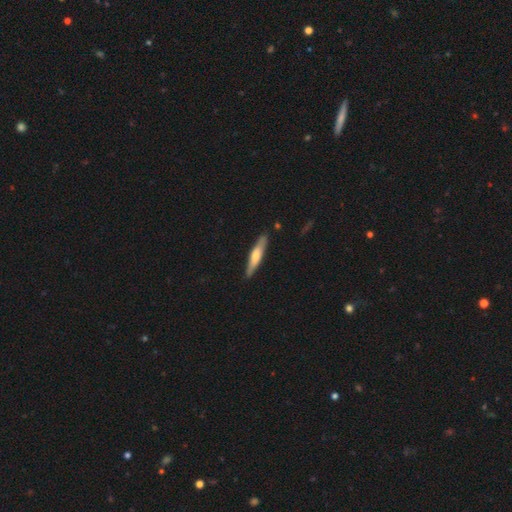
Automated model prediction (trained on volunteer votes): Morphology: type=smooth (51%); roundness=cigar-shaped (89%); merging=none (86%).